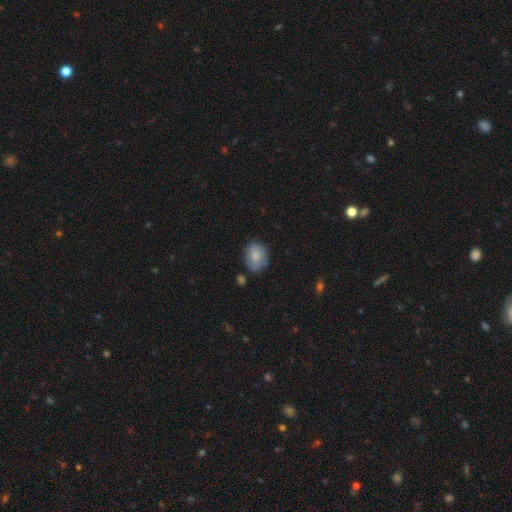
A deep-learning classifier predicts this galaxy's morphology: Smooth or featured? smooth (82%)
How rounded? in between (65%)
Merging? none (74%)